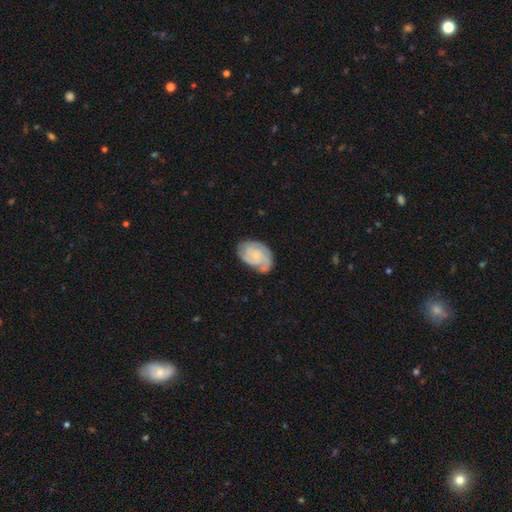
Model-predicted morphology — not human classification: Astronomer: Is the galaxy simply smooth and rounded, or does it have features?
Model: featured or disk — 77%.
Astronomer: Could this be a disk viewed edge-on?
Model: no — 98%.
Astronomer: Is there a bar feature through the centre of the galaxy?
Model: no — 70%.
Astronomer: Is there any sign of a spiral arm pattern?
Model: yes — 96%.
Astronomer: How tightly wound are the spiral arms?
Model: tight — 62%.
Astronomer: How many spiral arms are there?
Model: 2 — 32%, tied with 3 at 32%.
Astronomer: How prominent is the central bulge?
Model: small — 65%.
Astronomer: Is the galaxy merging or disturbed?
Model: none — 68%.